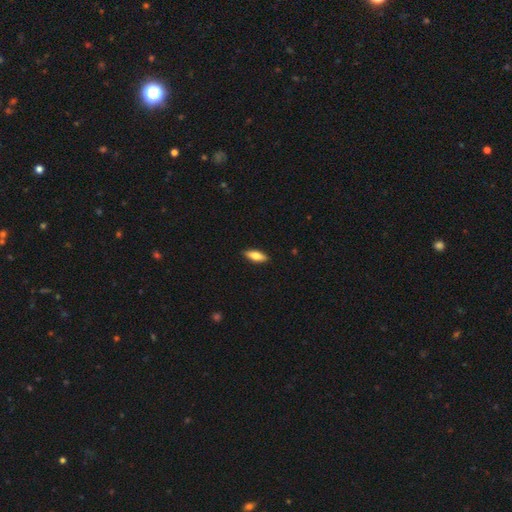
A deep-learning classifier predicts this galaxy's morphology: The model was most divided on "how rounded": in between: 67%, cigar-shaped: 31%, round: 2%. More confident: merging — none (89%); smooth or featured — smooth (77%).